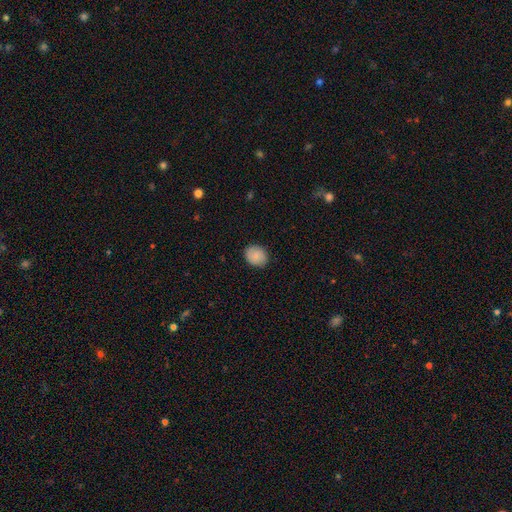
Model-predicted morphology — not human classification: smooth_or_featured: smooth (p=0.85) [alt: star or artifact p=0.08]
how_rounded: round (p=0.64) [alt: in between p=0.35]
merging: none (p=0.88) [alt: minor disturbance p=0.09]